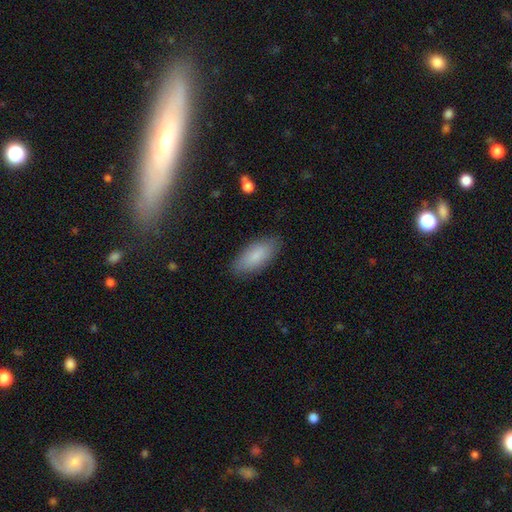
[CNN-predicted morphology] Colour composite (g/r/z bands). It shows a smooth galaxy with no disk features (84%) that is in between round and cigar-shaped (83%). Merging: none (85%).